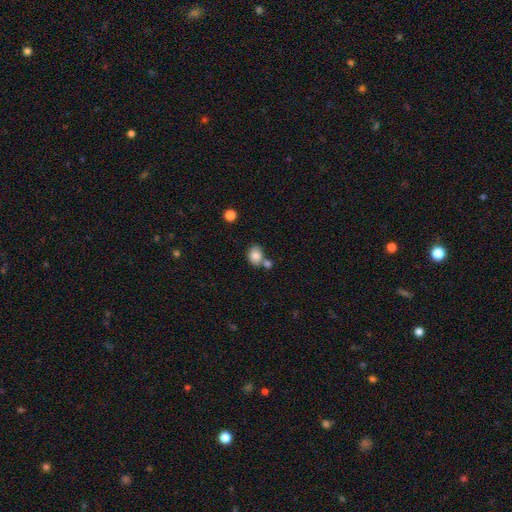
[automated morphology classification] The model was most divided on "how rounded": round: 50%, in between: 49%, cigar-shaped: 1%. More confident: smooth or featured — smooth (83%); merging — none (51%).